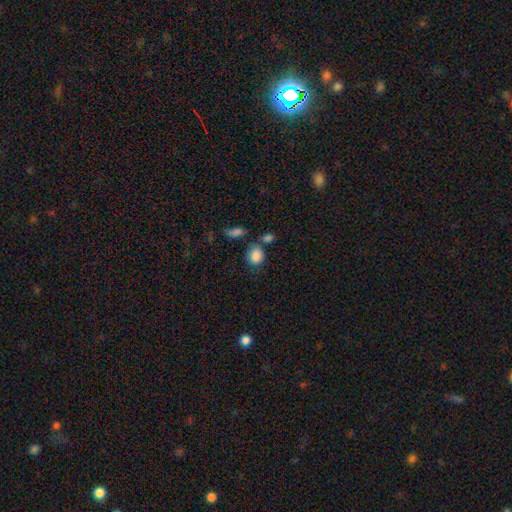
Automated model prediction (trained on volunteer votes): Smooth or featured? Predicted: smooth (p=0.86). How rounded? Predicted: round (p=0.58). Merging? Predicted: none (p=0.61).